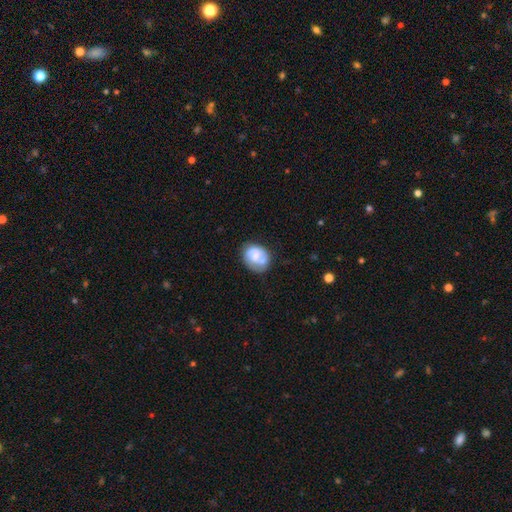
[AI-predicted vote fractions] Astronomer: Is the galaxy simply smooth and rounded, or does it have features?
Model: smooth — 56% (runner-up: featured or disk, 37%).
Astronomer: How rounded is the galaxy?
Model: round — 52% (runner-up: in between, 47%).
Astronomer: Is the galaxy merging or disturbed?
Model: none — 47% (runner-up: minor disturbance, 25%).